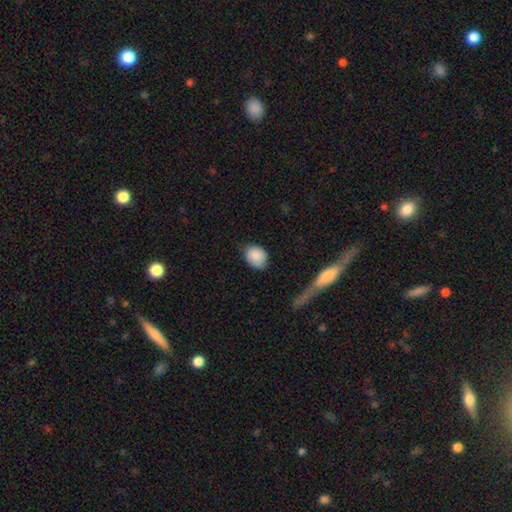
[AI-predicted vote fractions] Smooth or featured?
  - smooth: 87% *
  - star or artifact: 7%
  - featured or disk: 6%
How rounded?
  - in between: 55% *
  - round: 44%
  - cigar-shaped: 1%
Merging?
  - none: 69% *
  - minor disturbance: 24%
  - major disturbance: 5%
  - merger: 2%